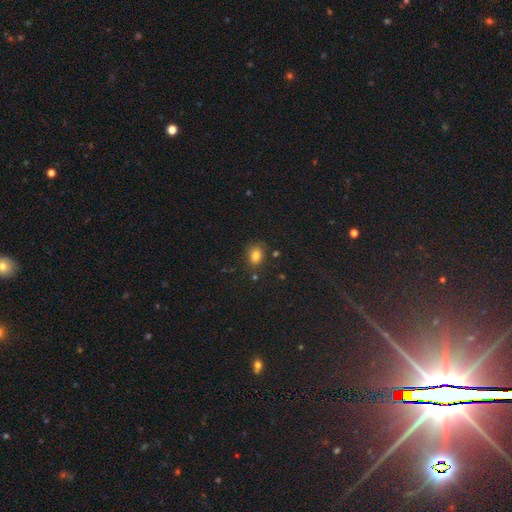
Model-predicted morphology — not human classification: Smooth or featured?
  - smooth: 81% *
  - star or artifact: 12%
  - featured or disk: 7%
How rounded?
  - in between: 60% *
  - round: 39%
  - cigar-shaped: 1%
Merging?
  - none: 78% *
  - minor disturbance: 14%
  - merger: 4%
  - major disturbance: 4%